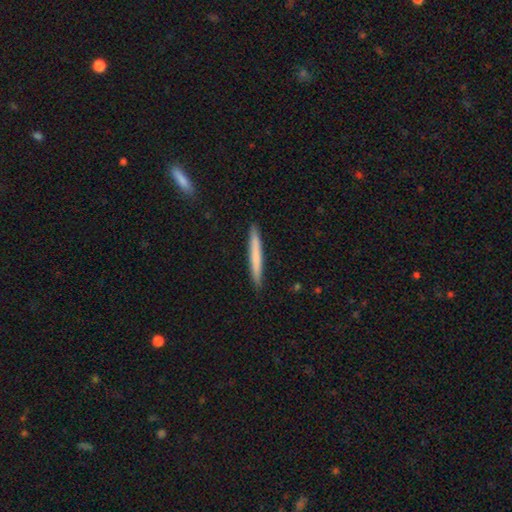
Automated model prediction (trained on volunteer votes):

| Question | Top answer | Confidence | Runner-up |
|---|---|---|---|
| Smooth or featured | smooth | 68% | featured or disk (27%) |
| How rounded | cigar-shaped | 97% | in between (2%) |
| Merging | none | 91% | minor disturbance (6%) |